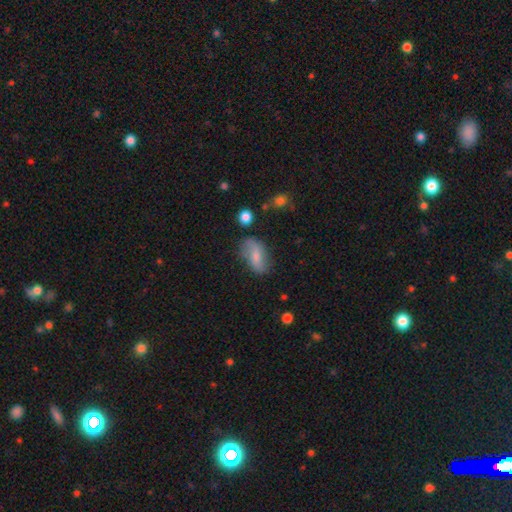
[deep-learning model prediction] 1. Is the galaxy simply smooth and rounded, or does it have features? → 53% smooth, 39% featured or disk, 8% star or artifact.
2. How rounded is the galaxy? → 87% in between, 7% cigar-shaped, 6% round.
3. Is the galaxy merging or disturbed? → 66% none, 23% minor disturbance, 8% major disturbance, 3% merger.